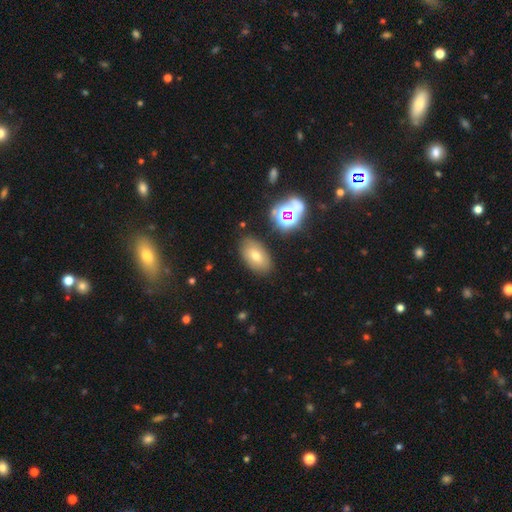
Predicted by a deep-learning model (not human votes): smooth 65%, featured or disk 20%, star or artifact 15%. Down the decision tree: how rounded — in between (90%); merging — none (81%).